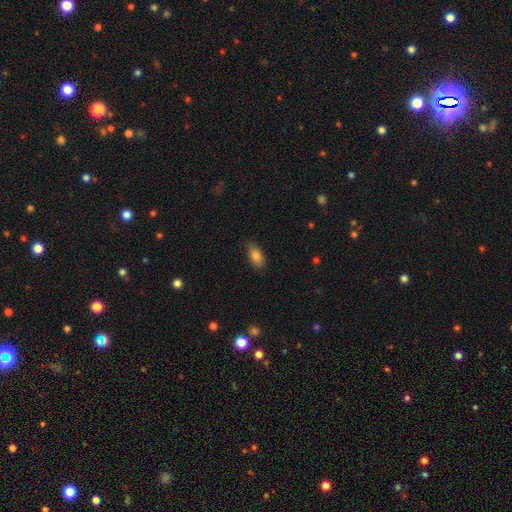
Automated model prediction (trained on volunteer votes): smooth_or_featured: smooth (p=0.85) [alt: star or artifact p=0.08]
how_rounded: in between (p=0.91) [alt: round p=0.05]
merging: none (p=0.80) [alt: minor disturbance p=0.16]